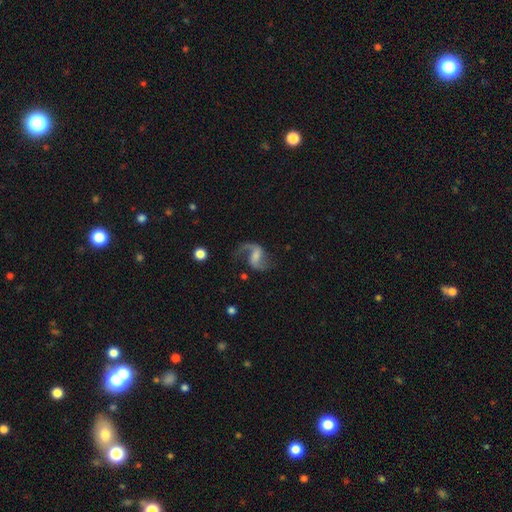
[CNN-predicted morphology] This appears to be a featured or disk galaxy (83%) with a weak bar (49%), 2 (76%) loose (69%) spiral arms (95%) and a small central bulge (38%). Merging: none (59%).